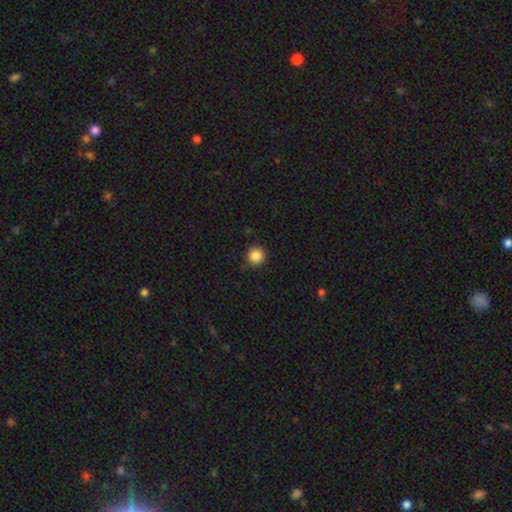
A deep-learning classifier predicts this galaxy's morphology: Smooth or featured? smooth (86%)
How rounded? round (95%)
Merging? none (91%)